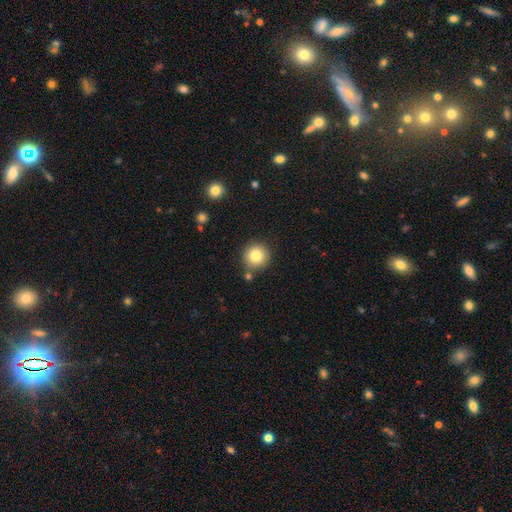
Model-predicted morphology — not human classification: Overall: smooth (82%). How rounded: round (95%). Merging: none (82%).